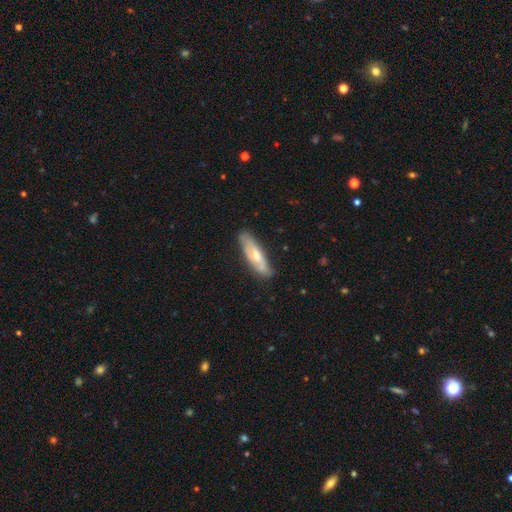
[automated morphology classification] Smooth or featured? smooth (49%)
Merging? none (79%)